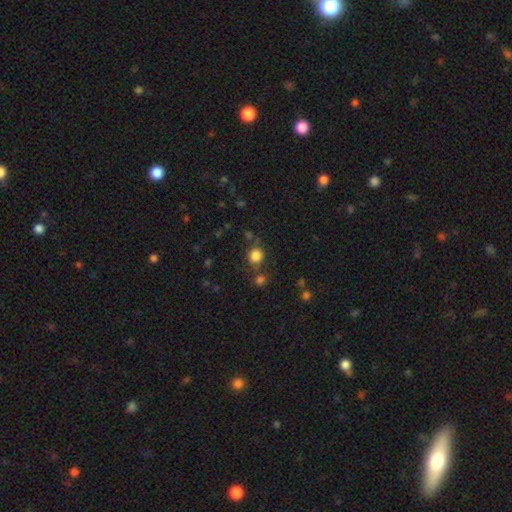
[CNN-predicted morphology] Smooth or featured? Predicted: smooth (p=0.83). How rounded? Predicted: round (p=0.89). Merging? Predicted: none (p=0.73).